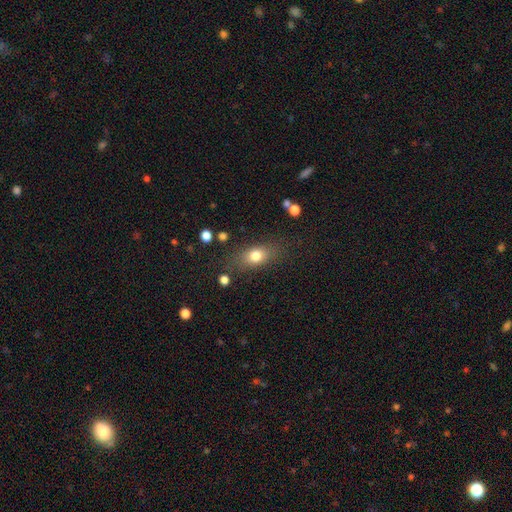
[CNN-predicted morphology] Overall: smooth (77%). How rounded: in between (71%). Merging: none (75%).